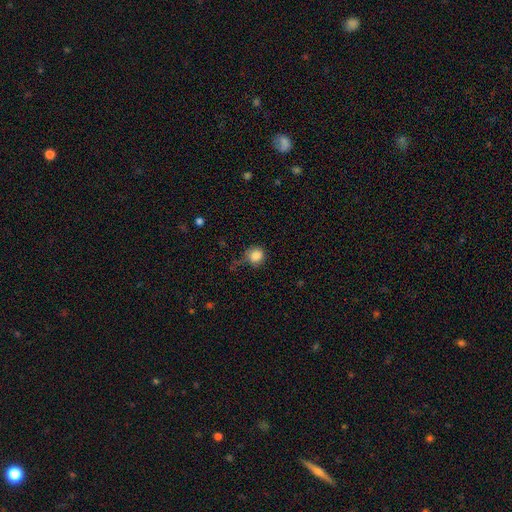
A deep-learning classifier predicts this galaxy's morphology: Smooth or featured? smooth (86%)
How rounded? round (86%)
Merging? none (59%)